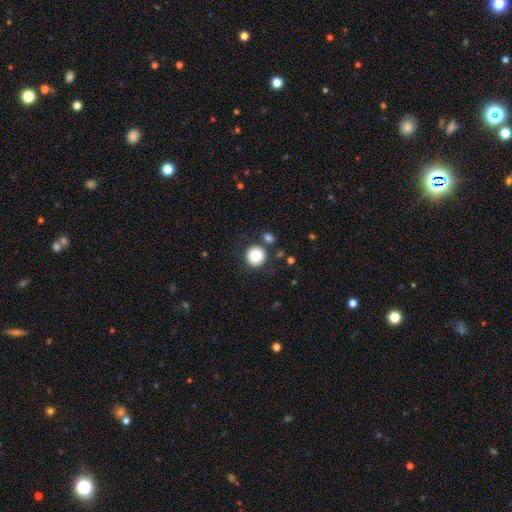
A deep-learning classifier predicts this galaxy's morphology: This is clearly a smooth galaxy (88%). How rounded: clearly round (93%). Merging: clearly none (81%).